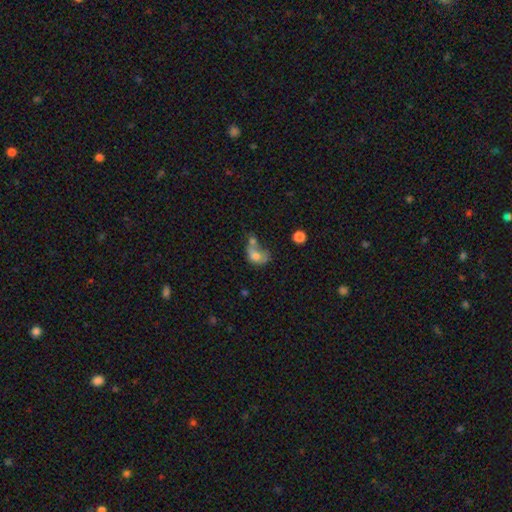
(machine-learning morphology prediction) Overall: smooth (68%). How rounded: in between (62%; round 36%). Merging: merger (54%; none 17%).